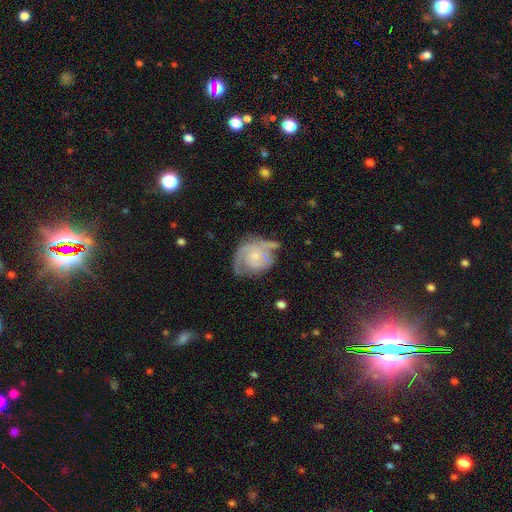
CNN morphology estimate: A featured or disk galaxy (80%) with no bar (69%), 2 (58%) tight (51%) spiral arms (94%) and a small central bulge (66%). Merging: none (56%).